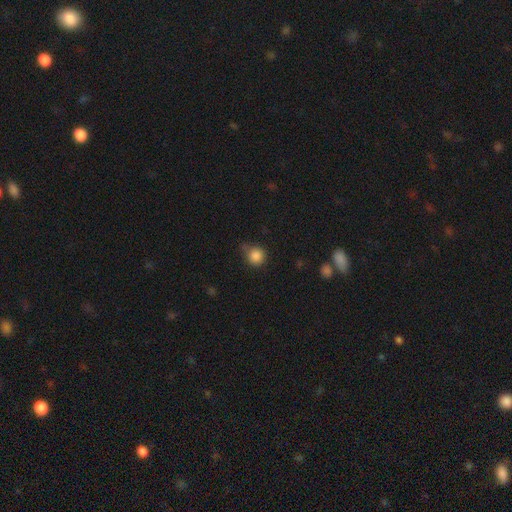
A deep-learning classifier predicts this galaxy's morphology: A smooth galaxy with no disk features (86%) that is round (91%).

Vote fractions:
- Smooth or featured? smooth: 86% / star or artifact: 10% / featured or disk: 4%
- How rounded? round: 91% / in between: 8% / cigar-shaped: 1%
- Merging? none: 65% / minor disturbance: 24% / major disturbance: 6% / merger: 5%